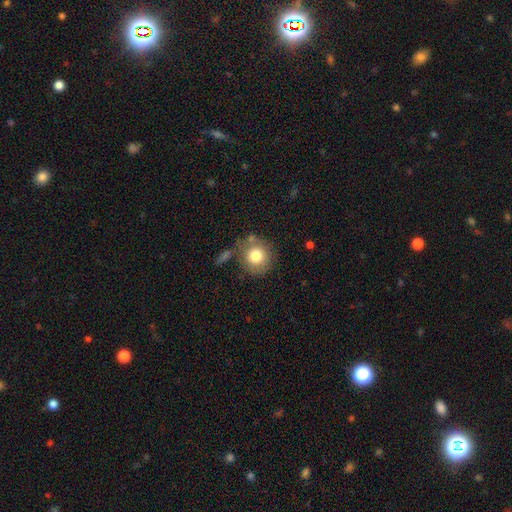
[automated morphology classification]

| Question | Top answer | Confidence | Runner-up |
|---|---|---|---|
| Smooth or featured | smooth | 77% | featured or disk (14%) |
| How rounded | round | 91% | in between (8%) |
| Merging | none | 69% | minor disturbance (15%) |